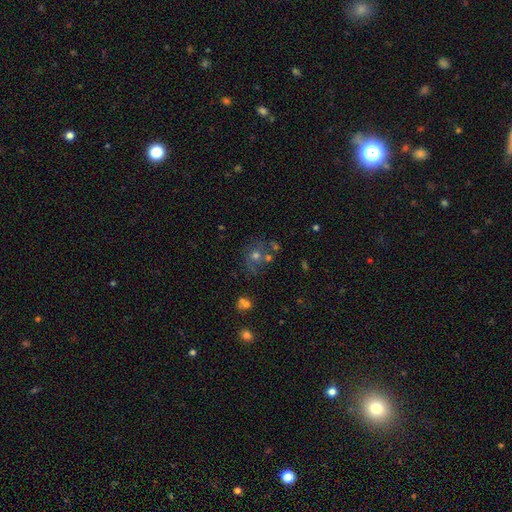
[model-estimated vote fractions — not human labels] smooth-or-featured: smooth: 47% | featured or disk: 27% | star or artifact: 26%
  merging: none: 56% | merger: 17% | minor disturbance: 16% | major disturbance: 10%